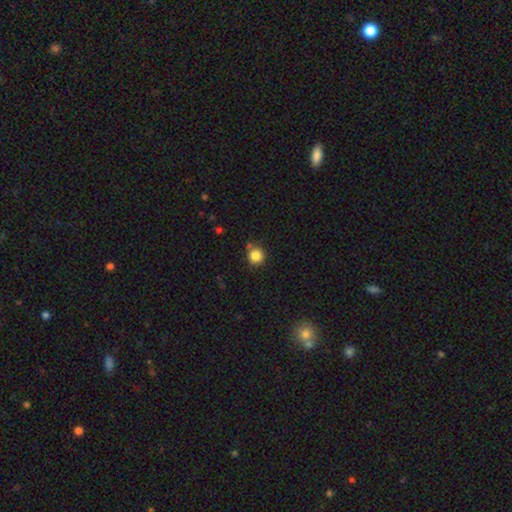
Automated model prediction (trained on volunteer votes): Smooth or featured: smooth — 85% (star or artifact — 11%)
How rounded: round — 91% (in between — 8%)
Merging: none — 72% (minor disturbance — 14%)